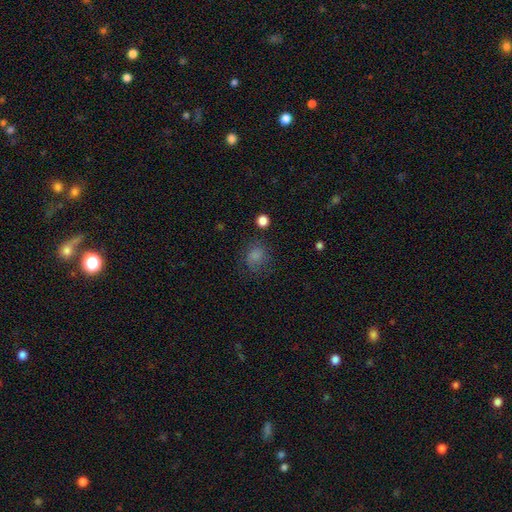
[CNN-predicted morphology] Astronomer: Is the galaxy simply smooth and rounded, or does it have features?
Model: smooth — 81%.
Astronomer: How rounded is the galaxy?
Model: round — 70%.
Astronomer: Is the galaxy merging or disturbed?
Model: none — 70%.